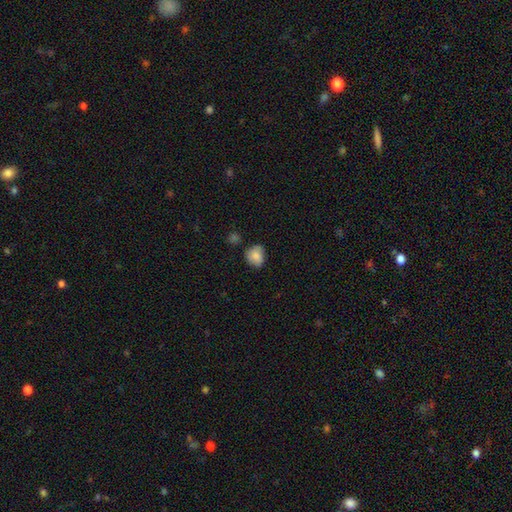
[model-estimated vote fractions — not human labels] smooth 80%, featured or disk 11%, star or artifact 9%. Down the decision tree: how rounded — round (57%); merging — none (55%).